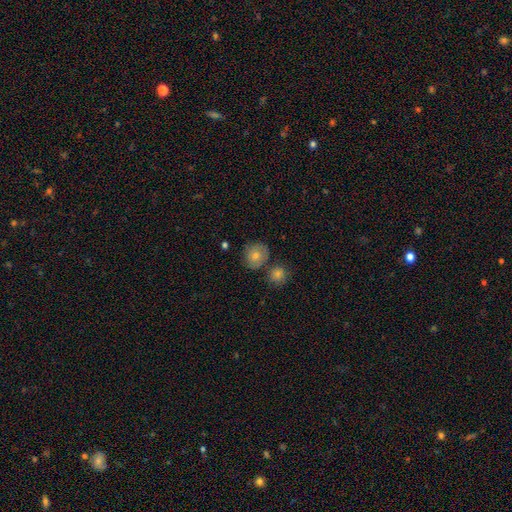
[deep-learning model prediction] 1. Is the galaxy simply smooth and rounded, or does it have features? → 75% smooth, 17% featured or disk, 8% star or artifact.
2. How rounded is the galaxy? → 79% round, 20% in between, 1% cigar-shaped.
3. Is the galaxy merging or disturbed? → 66% none, 15% merger, 15% minor disturbance, 4% major disturbance.